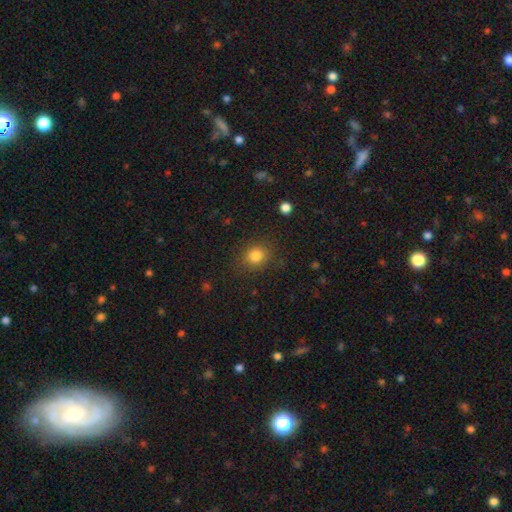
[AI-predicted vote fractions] Overall: smooth (82%). How rounded: round (79%). Merging: none (86%).